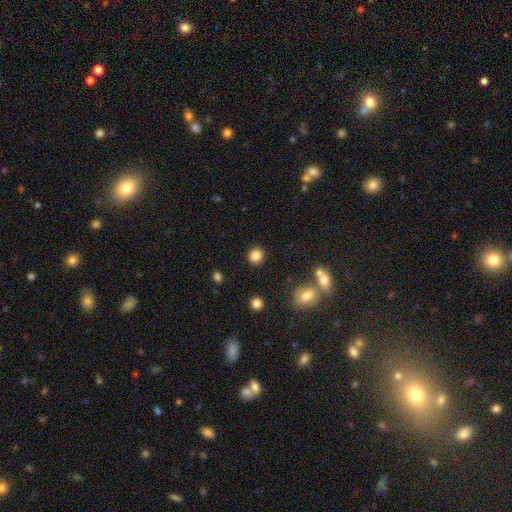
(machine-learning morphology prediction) Q: Smooth or featured?
A: smooth (84%); runner-up: star or artifact (11%)
Q: How rounded?
A: round (87%); runner-up: in between (12%)
Q: Merging?
A: none (89%); runner-up: minor disturbance (6%)